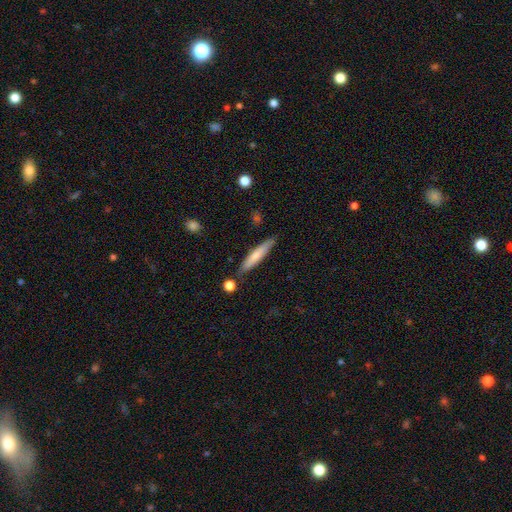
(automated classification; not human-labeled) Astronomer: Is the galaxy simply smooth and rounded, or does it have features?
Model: smooth — 65%.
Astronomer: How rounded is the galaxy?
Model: cigar-shaped — 91%.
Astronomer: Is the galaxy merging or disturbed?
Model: none — 82%.